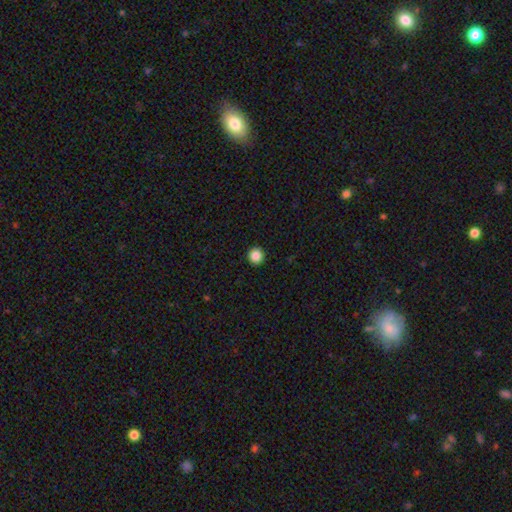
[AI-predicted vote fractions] The model was most divided on "smooth or featured": smooth: 86%, star or artifact: 10%, featured or disk: 4%. More confident: how rounded — round (95%); merging — none (94%).